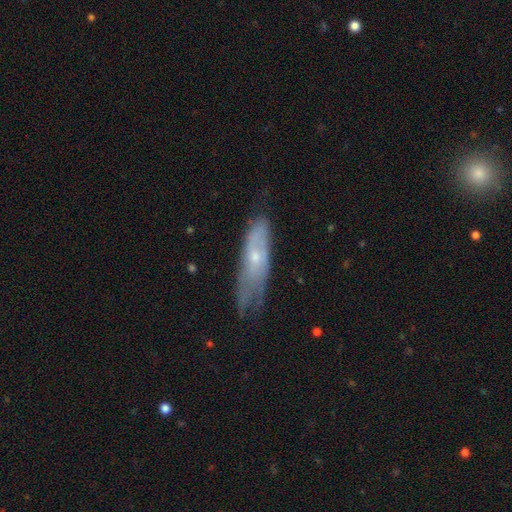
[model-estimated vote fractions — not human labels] smooth_or_featured: featured or disk (p=0.54) [alt: smooth p=0.38]
disk_edge_on: no (p=0.70) [alt: yes p=0.30]
merging: none (p=0.46) [alt: minor disturbance p=0.34]